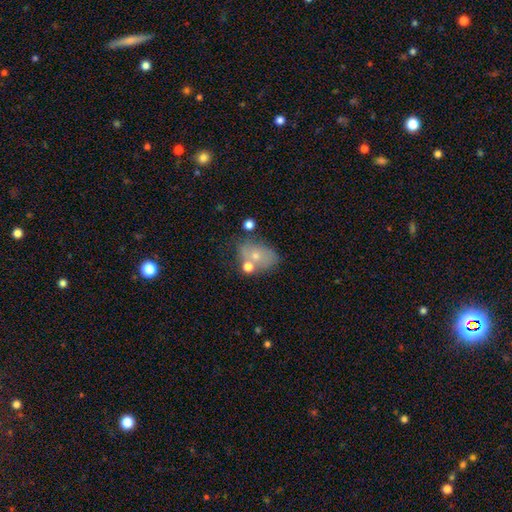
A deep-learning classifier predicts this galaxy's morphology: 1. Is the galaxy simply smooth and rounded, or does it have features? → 59% smooth, 29% featured or disk, 12% star or artifact.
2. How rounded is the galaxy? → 71% in between, 28% round, 2% cigar-shaped.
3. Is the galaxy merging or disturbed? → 47% none, 22% merger, 21% minor disturbance, 10% major disturbance.